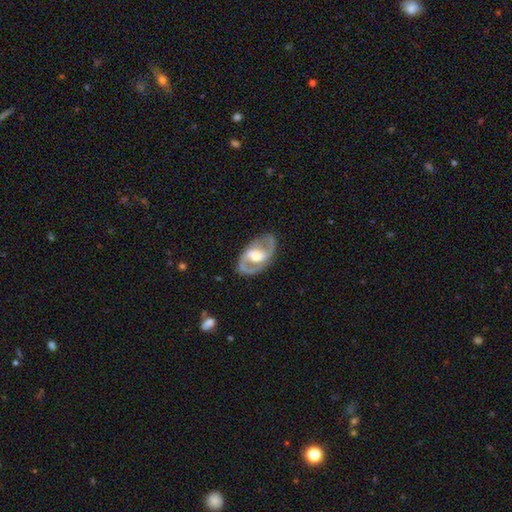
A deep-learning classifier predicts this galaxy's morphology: A featured or disk galaxy (86%) with a weak bar (45%), 2 (92%) medium (59%) spiral arms (91%) and a moderate central bulge (61%). Merging: none (84%).